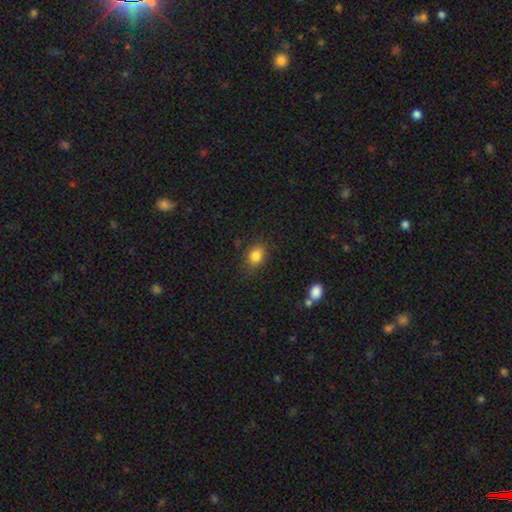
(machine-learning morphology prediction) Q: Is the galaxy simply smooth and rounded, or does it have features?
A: smooth — 84%.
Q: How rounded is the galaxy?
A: in between — 64%.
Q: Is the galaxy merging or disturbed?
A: none — 78%.